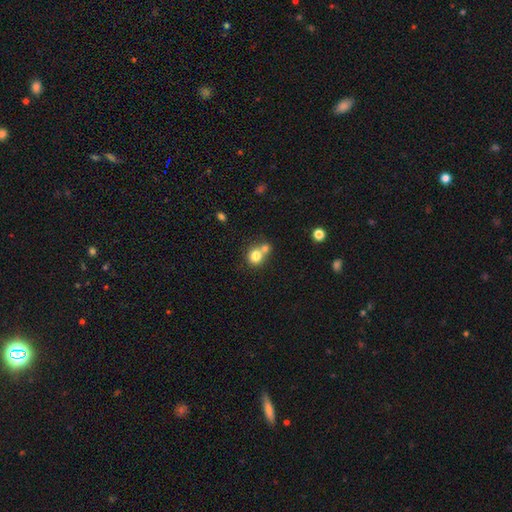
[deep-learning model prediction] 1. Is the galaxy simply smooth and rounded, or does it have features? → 79% smooth, 11% star or artifact, 10% featured or disk.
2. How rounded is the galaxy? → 83% round, 16% in between, 1% cigar-shaped.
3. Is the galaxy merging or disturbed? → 46% merger, 43% none, 7% minor disturbance, 3% major disturbance.